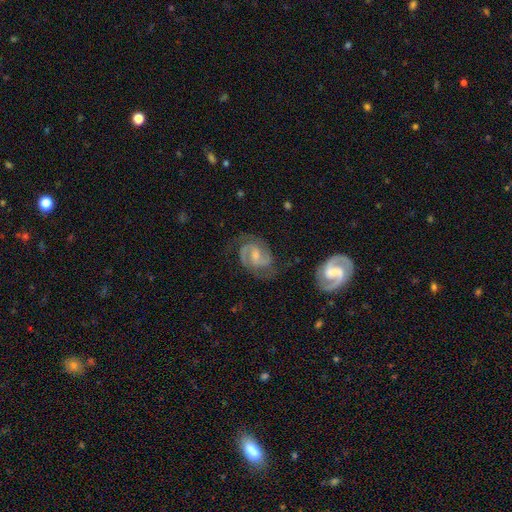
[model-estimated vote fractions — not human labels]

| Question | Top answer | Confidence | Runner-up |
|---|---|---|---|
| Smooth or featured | featured or disk | 87% | smooth (7%) |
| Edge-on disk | no | 97% | yes (3%) |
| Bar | weak | 56% | no (24%) |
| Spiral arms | yes | 97% | no (3%) |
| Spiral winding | medium | 56% | tight (29%) |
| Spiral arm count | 2 | 88% | can't tell (4%) |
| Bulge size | small | 48% | moderate (39%) |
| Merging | none | 68% | minor disturbance (20%) |